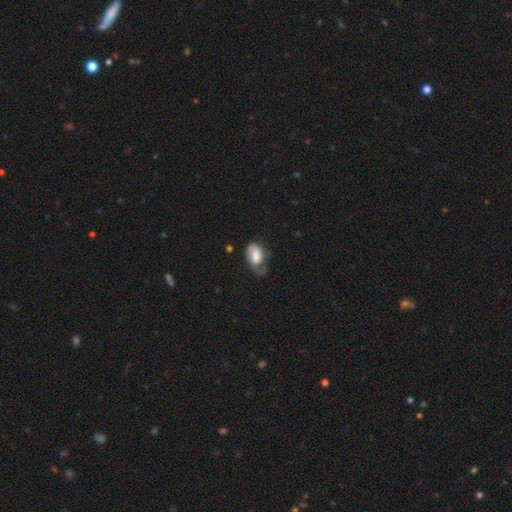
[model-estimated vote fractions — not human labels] Smooth or featured? featured or disk (50%)
Edge-on disk? no (96%)
Merging? major disturbance (36%)